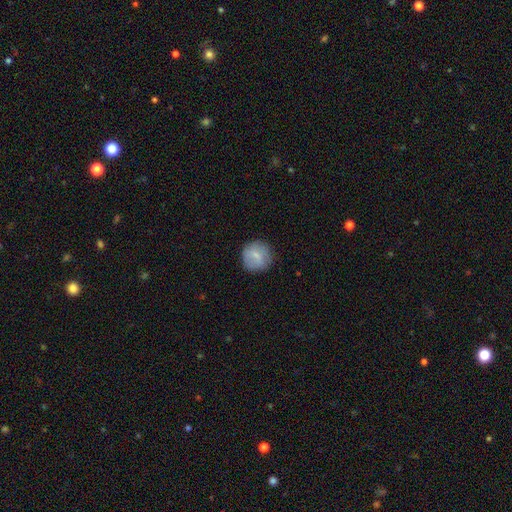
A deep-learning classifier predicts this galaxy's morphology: A smooth galaxy with no disk features (73%) that is round (91%). Merging: none (79%).